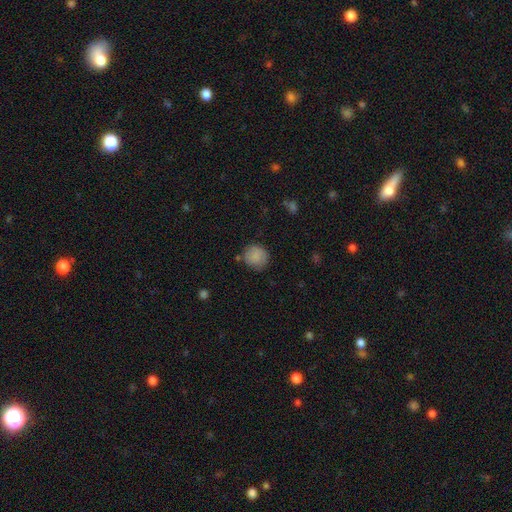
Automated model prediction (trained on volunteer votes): This appears to be a smooth galaxy with no disk features (85%) that is round (87%). Merging: none (77%).